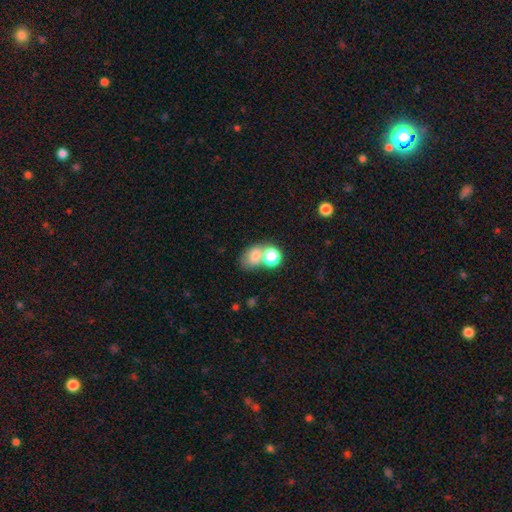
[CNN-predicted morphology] type=smooth (75%); roundness=in between (59%); merging=merger (52%).